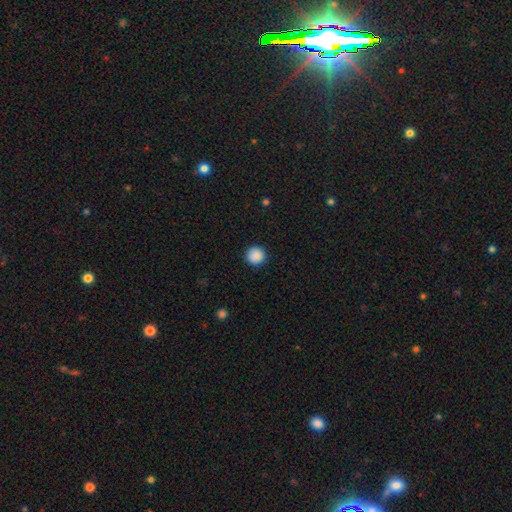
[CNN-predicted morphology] A smooth galaxy with no disk features (89%) that is round (96%).

Vote fractions:
- Smooth or featured? smooth: 89% / star or artifact: 9% / featured or disk: 3%
- How rounded? round: 96% / in between: 3% / cigar-shaped: 1%
- Merging? none: 92% / minor disturbance: 5% / major disturbance: 2% / merger: 1%